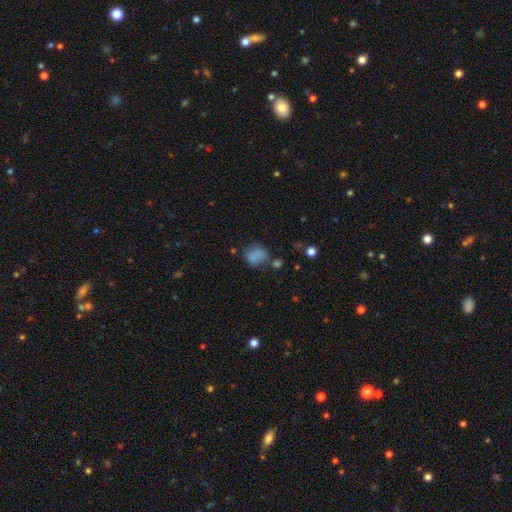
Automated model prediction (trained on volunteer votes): Smooth or featured: smooth — 78% (star or artifact — 12%)
How rounded: round — 52% (in between — 47%)
Merging: none — 54% (minor disturbance — 23%)